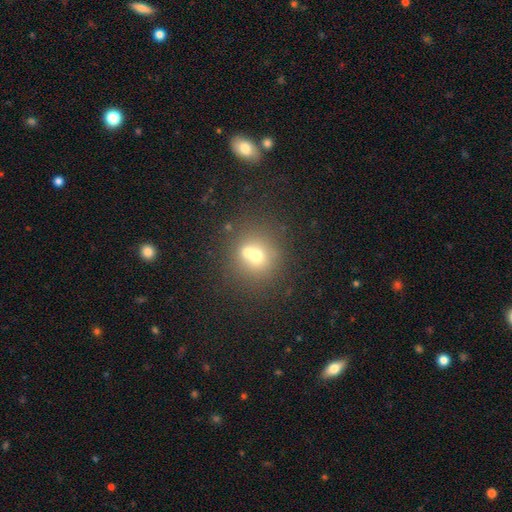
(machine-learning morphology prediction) This appears to be a smooth galaxy with no disk features (63%) that is round (86%). Merging: merger (45%, tied with none).